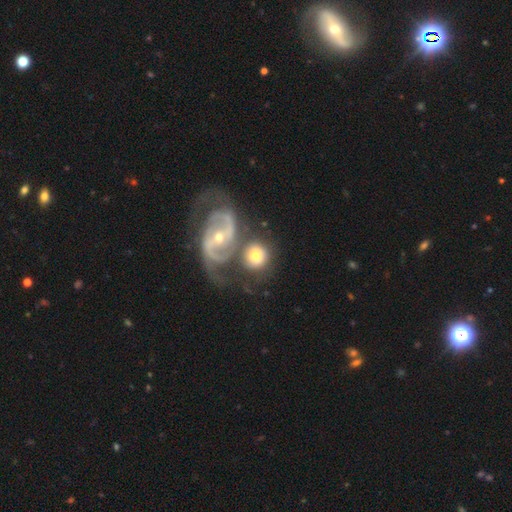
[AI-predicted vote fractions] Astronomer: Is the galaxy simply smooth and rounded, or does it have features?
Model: featured or disk — 49% (runner-up: smooth, 44%).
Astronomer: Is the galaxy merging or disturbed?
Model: none — 47% (runner-up: merger, 33%).